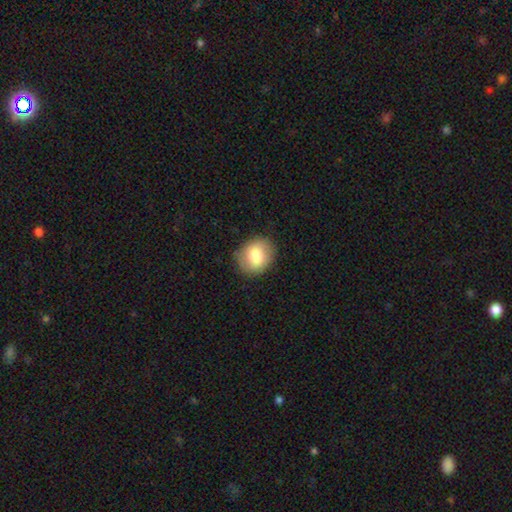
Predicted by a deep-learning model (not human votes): smooth_or_featured: smooth (p=0.78) [alt: featured or disk p=0.15]
how_rounded: round (p=0.56) [alt: in between p=0.43]
merging: none (p=0.83) [alt: minor disturbance p=0.13]